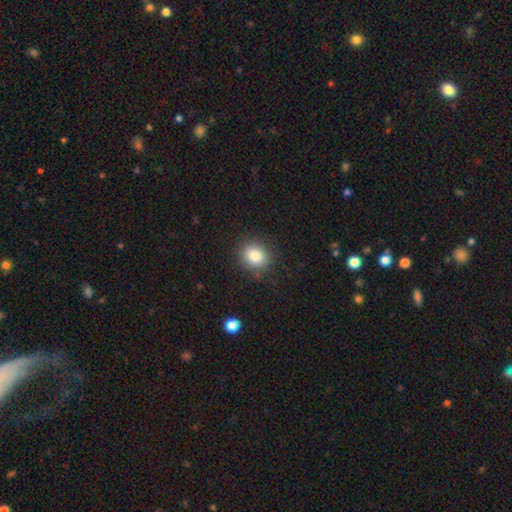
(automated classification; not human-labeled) The model was most divided on "how rounded": round: 73%, in between: 26%, cigar-shaped: 1%. More confident: merging — none (86%); smooth or featured — smooth (84%).